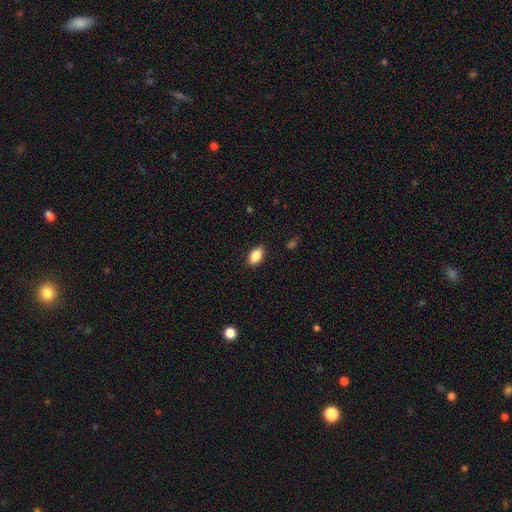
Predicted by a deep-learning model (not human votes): Q: Smooth or featured?
A: smooth (87%); runner-up: star or artifact (7%)
Q: How rounded?
A: in between (90%); runner-up: round (8%)
Q: Merging?
A: none (87%); runner-up: minor disturbance (10%)